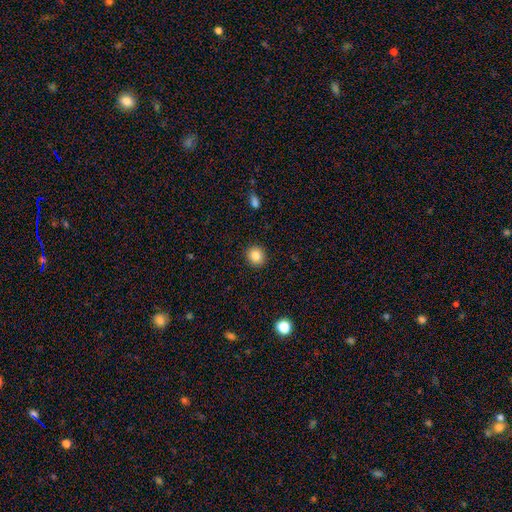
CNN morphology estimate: smooth_or_featured: smooth (p=0.84) [alt: star or artifact p=0.10]
how_rounded: round (p=0.87) [alt: in between p=0.12]
merging: none (p=0.92) [alt: minor disturbance p=0.05]